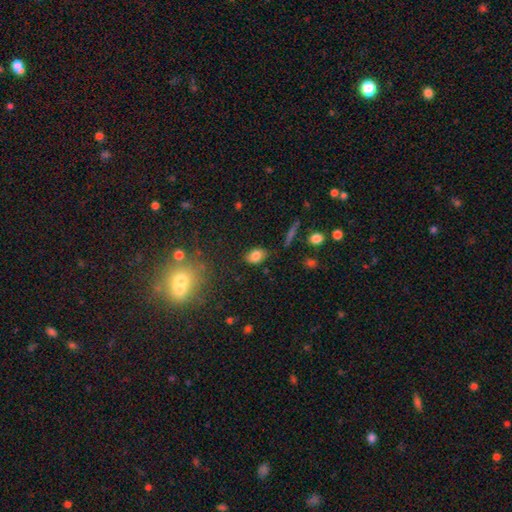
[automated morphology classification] type=smooth (81%); roundness=in between (82%); merging=none (78%).